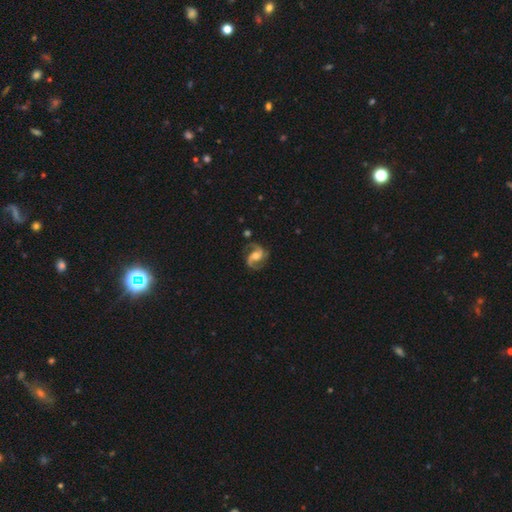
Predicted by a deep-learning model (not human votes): This is clearly a featured or disk galaxy (90%). It is clearly not viewed edge-on (98%). Bar: marginally weak (43%). Spiral arm pattern: clearly yes (98%). Spiral arm count: clearly 2 (84%). Spiral winding: possibly medium (58%). Central bulge: possibly moderate (60%). Merging: likely none (76%).